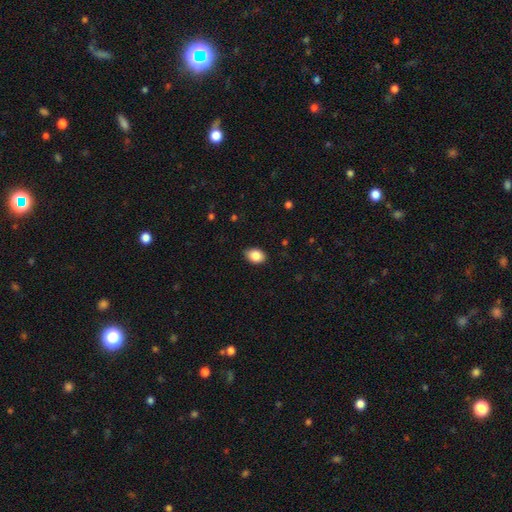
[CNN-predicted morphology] Smooth or featured? smooth (87%)
How rounded? in between (78%)
Merging? none (82%)